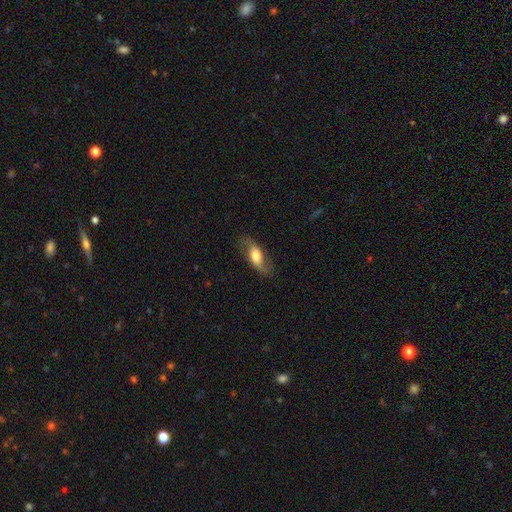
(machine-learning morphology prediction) Smooth or featured: featured or disk — 61% (smooth — 32%)
Edge-on disk: no — 87% (yes — 13%)
Bar: no — 46% (weak — 37%)
Spiral arms: yes — 89% (no — 11%)
Bulge size: moderate — 40% (large — 39%)
Merging: none — 74% (minor disturbance — 16%)